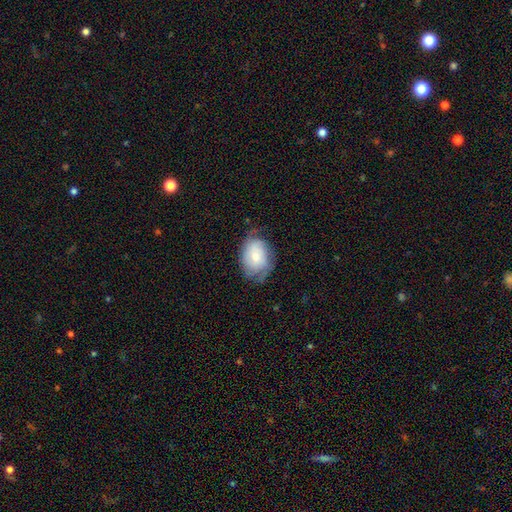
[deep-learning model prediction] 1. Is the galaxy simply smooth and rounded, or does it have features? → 48% smooth, 44% featured or disk, 8% star or artifact.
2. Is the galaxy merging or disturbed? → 57% none, 29% minor disturbance, 12% major disturbance, 1% merger.